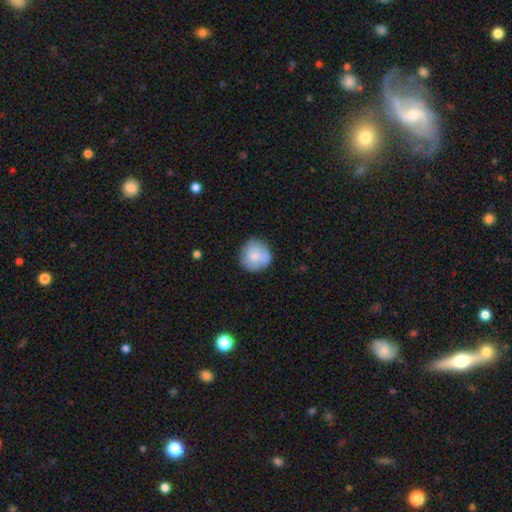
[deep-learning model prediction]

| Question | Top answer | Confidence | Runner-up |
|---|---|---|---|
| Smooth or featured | smooth | 79% | featured or disk (14%) |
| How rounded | round | 93% | in between (6%) |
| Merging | none | 81% | minor disturbance (14%) |